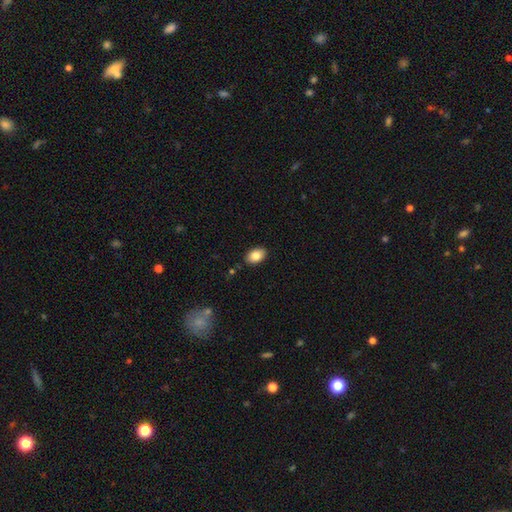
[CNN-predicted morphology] type=smooth (84%); roundness=in between (87%); merging=none (87%).